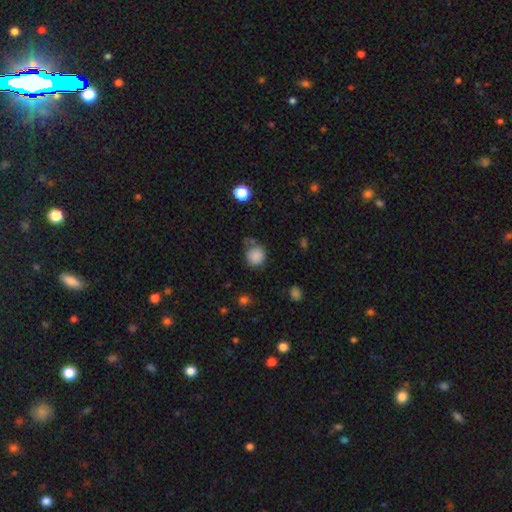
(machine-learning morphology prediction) smooth 86%, star or artifact 10%, featured or disk 5%. Down the decision tree: how rounded — round (87%); merging — none (66%).